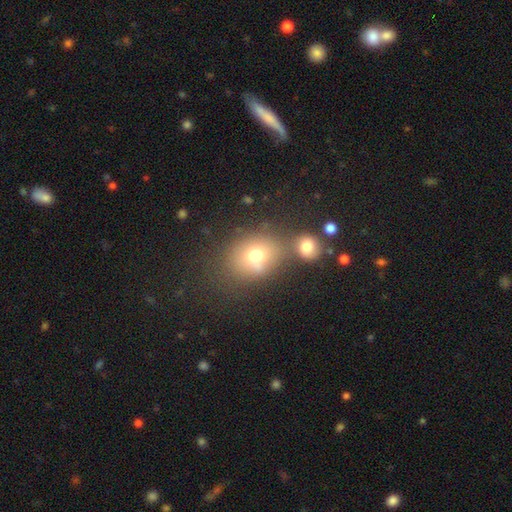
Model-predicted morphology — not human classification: Smooth or featured? smooth (71%)
How rounded? round (52%)
Merging? none (51%)